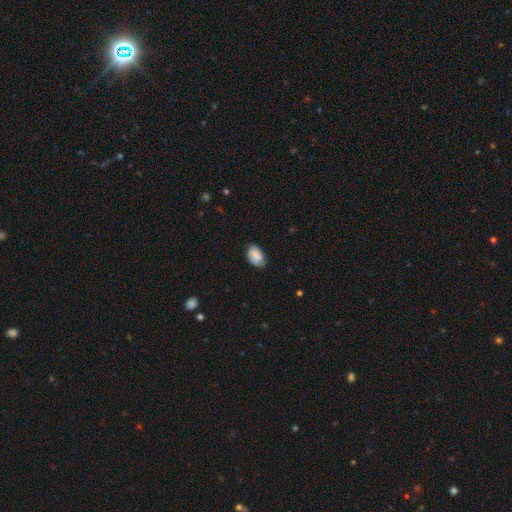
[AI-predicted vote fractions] The model was most divided on "merging": none: 72%, minor disturbance: 23%, major disturbance: 4%, merger: 1%. More confident: how rounded — in between (91%); smooth or featured — smooth (83%).